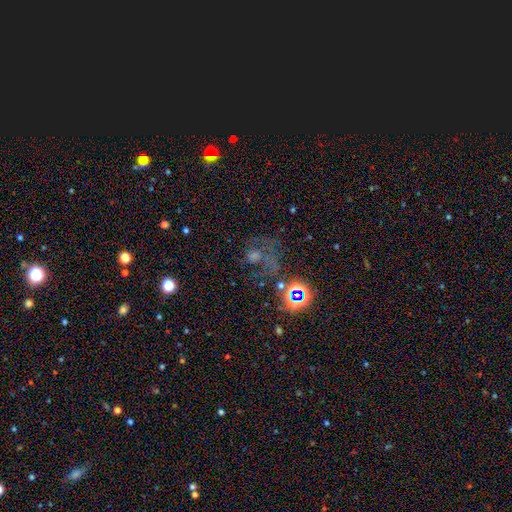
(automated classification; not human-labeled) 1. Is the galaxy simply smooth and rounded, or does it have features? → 36% star or artifact, 35% smooth, 30% featured or disk.